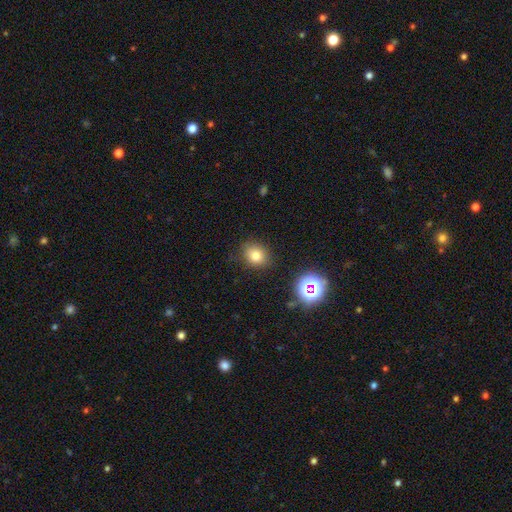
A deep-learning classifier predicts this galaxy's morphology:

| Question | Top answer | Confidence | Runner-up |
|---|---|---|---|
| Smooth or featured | smooth | 76% | star or artifact (16%) |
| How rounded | round | 61% | in between (38%) |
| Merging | none | 83% | minor disturbance (12%) |